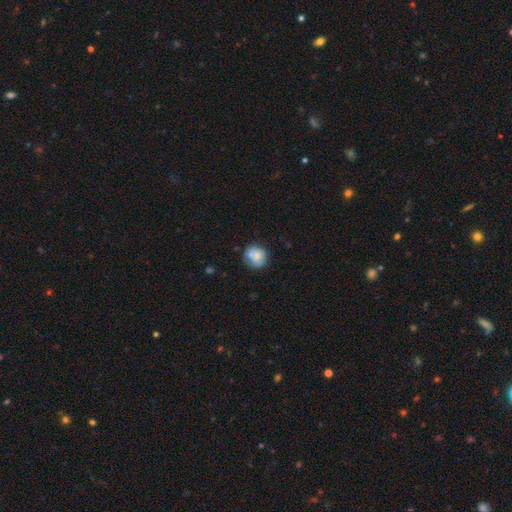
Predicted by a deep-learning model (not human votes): Smooth or featured: smooth — 64% (featured or disk — 27%)
How rounded: round — 83% (in between — 16%)
Merging: none — 59% (minor disturbance — 19%)